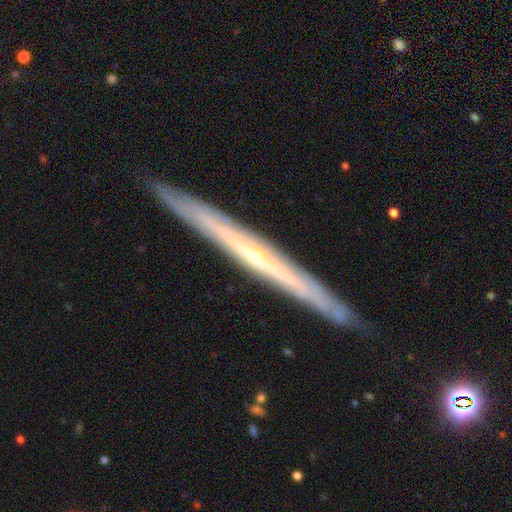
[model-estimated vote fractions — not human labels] Q: Smooth or featured?
A: featured or disk (78%); runner-up: smooth (16%)
Q: Edge-on disk?
A: yes (95%); runner-up: no (5%)
Q: Edge-on bulge?
A: none (58%); runner-up: rounded (39%)
Q: Merging?
A: none (89%); runner-up: minor disturbance (8%)